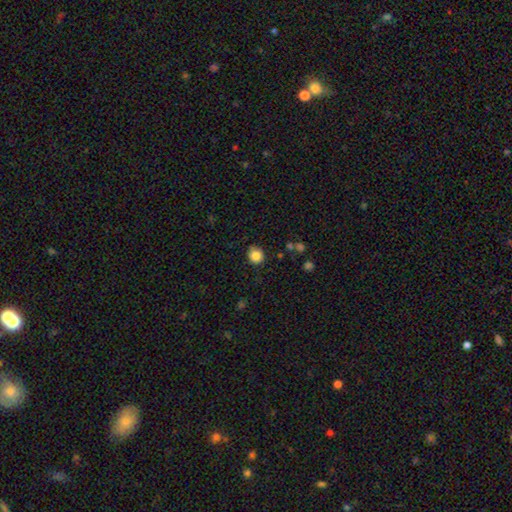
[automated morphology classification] This appears to be a smooth galaxy with no disk features (85%) that is round (88%). Merging: none (84%).